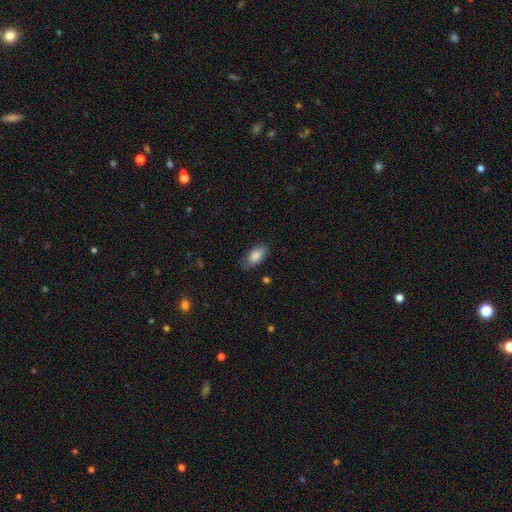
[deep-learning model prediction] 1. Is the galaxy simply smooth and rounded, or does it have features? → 84% smooth, 9% featured or disk, 6% star or artifact.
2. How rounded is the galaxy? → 90% in between, 7% cigar-shaped, 3% round.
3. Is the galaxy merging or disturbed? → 74% none, 20% minor disturbance, 4% major disturbance, 1% merger.